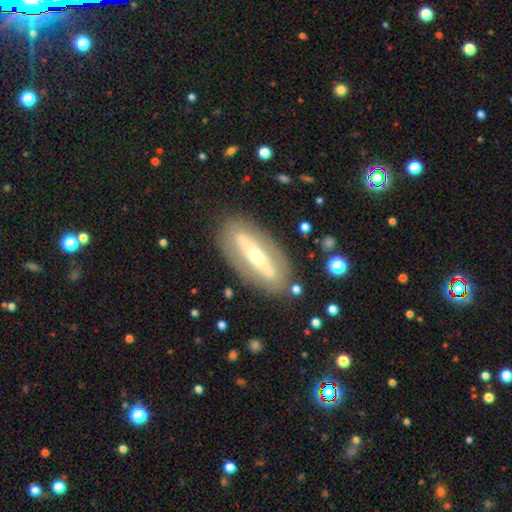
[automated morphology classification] This appears to be a featured or disk galaxy (66%). Merging: none (81%).